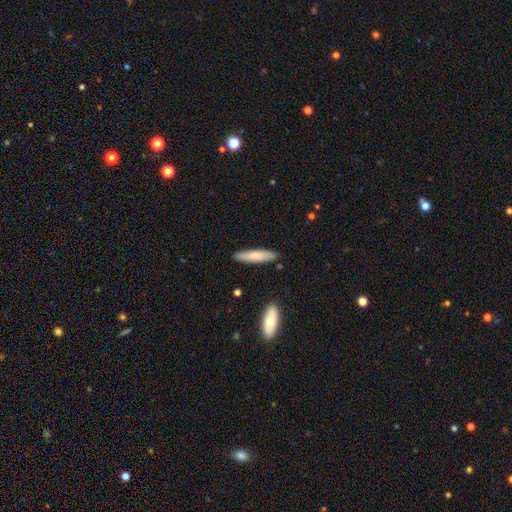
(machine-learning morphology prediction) smooth_or_featured: smooth (p=0.75) [alt: featured or disk p=0.20]
how_rounded: cigar-shaped (p=0.83) [alt: in between p=0.16]
merging: none (p=0.87) [alt: minor disturbance p=0.09]